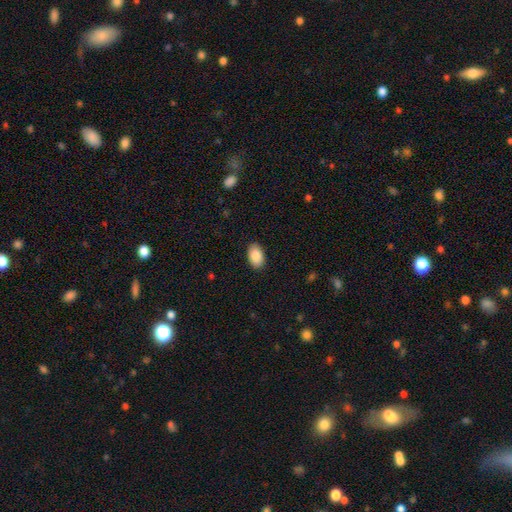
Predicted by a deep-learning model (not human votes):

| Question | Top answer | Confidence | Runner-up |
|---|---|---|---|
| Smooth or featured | smooth | 87% | star or artifact (7%) |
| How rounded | in between | 92% | round (7%) |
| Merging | none | 89% | minor disturbance (8%) |